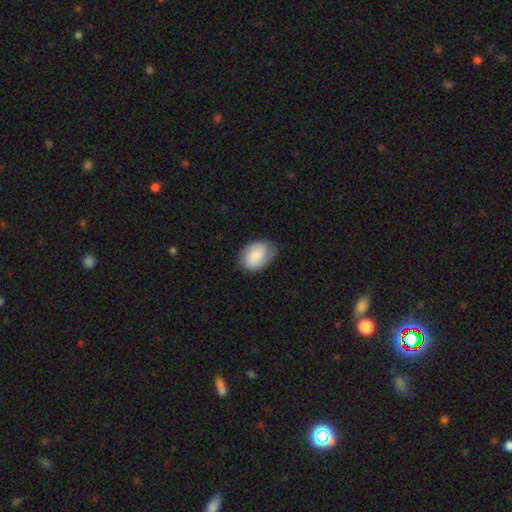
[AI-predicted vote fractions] This is clearly a smooth galaxy (84%). How rounded: likely in between (78%). Merging: likely none (79%).